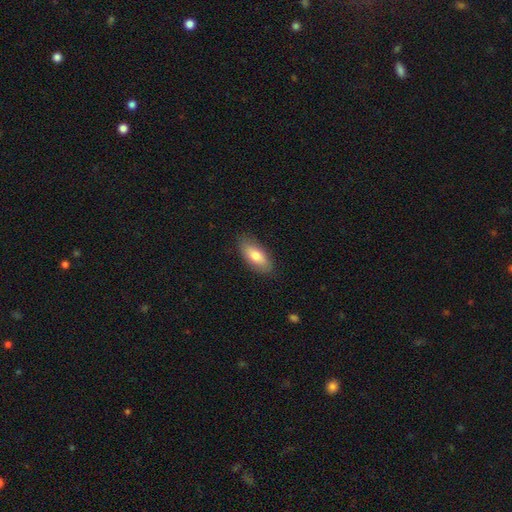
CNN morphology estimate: Smooth or featured? smooth (76%)
How rounded? in between (81%)
Merging? none (86%)